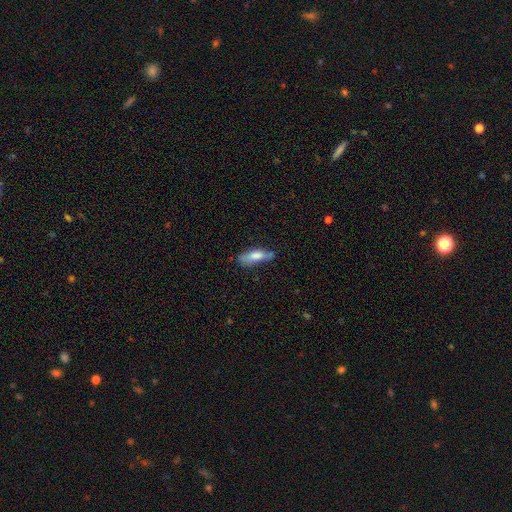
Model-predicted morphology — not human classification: smooth 69%, featured or disk 23%, star or artifact 8%. Down the decision tree: how rounded — in between (51%); merging — none (55%).